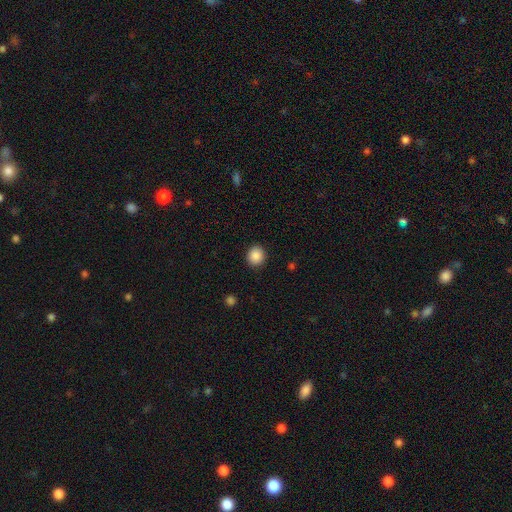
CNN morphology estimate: A smooth galaxy with no disk features (88%) that is round (82%). Merging: none (91%).